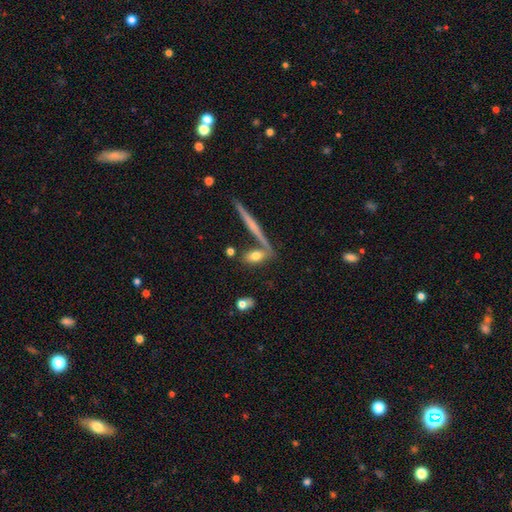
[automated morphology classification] The model was most divided on "merging": none: 59%, merger: 21%, minor disturbance: 15%, major disturbance: 6%. More confident: how rounded — in between (70%); smooth or featured — smooth (67%).